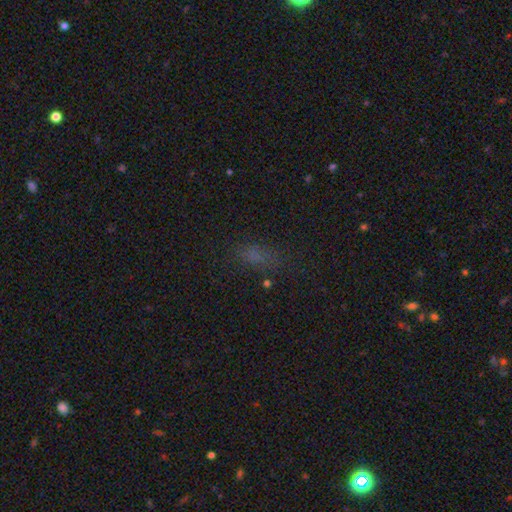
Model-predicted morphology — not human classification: Overall: smooth (60%; star or artifact 29%). How rounded: in between (70%). Merging: none (67%).